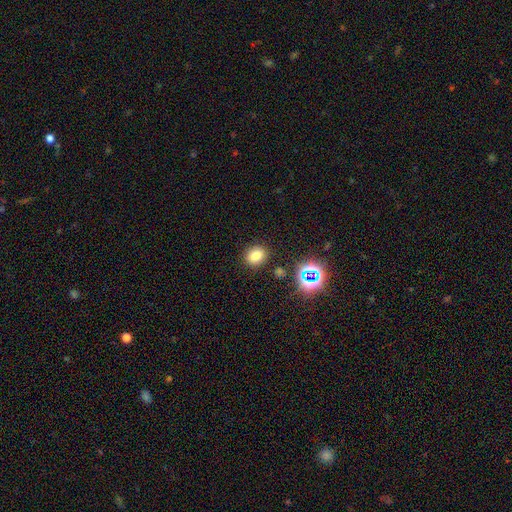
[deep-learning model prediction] Smooth or featured? Predicted: smooth (p=0.75). How rounded? Predicted: round (p=0.56). Merging? Predicted: none (p=0.85).